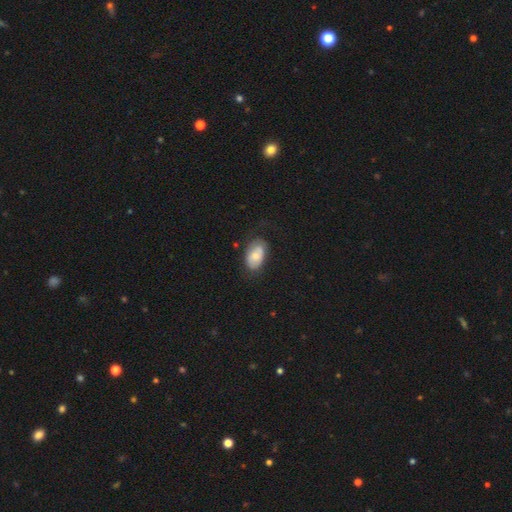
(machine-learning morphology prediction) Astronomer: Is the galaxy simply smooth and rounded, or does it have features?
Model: smooth — 66%.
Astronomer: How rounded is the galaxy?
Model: in between — 91%.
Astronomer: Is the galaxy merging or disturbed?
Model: none — 64%.